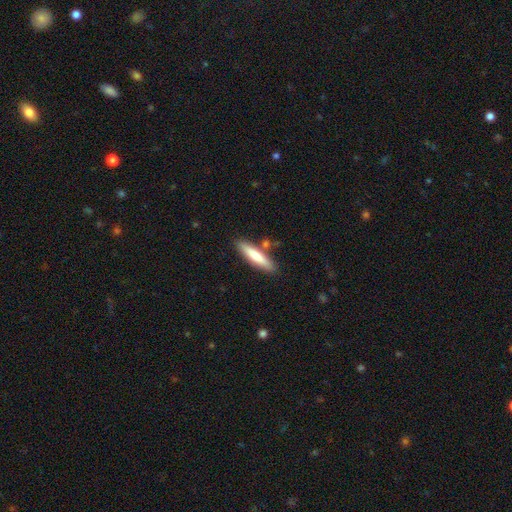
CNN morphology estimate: Smooth or featured? Predicted: smooth (p=0.74). How rounded? Predicted: cigar-shaped (p=0.83). Merging? Predicted: none (p=0.82).